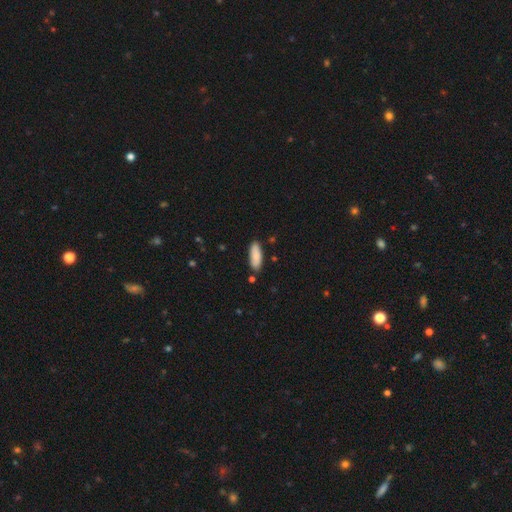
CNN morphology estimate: Smooth or featured?
  - smooth: 86% *
  - featured or disk: 8%
  - star or artifact: 6%
How rounded?
  - in between: 68% *
  - cigar-shaped: 30%
  - round: 2%
Merging?
  - none: 83% *
  - minor disturbance: 12%
  - merger: 3%
  - major disturbance: 2%